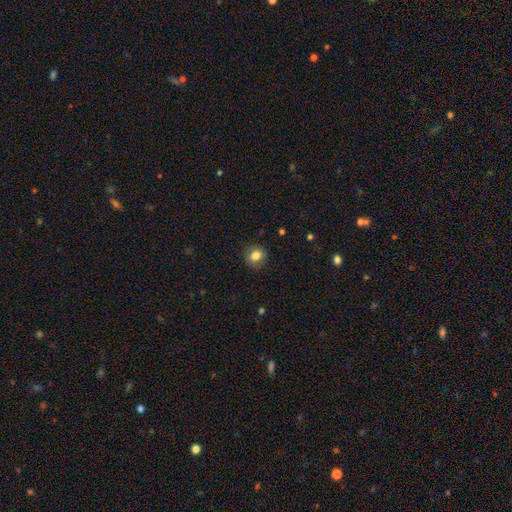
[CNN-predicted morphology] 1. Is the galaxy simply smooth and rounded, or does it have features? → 82% smooth, 10% star or artifact, 8% featured or disk.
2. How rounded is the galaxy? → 64% round, 35% in between, 1% cigar-shaped.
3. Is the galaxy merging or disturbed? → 85% none, 11% minor disturbance, 3% major disturbance, 1% merger.